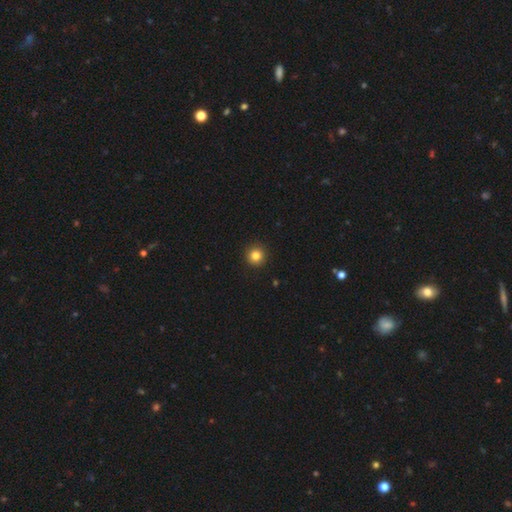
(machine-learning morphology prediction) Overall: smooth (83%). How rounded: round (95%). Merging: none (94%).